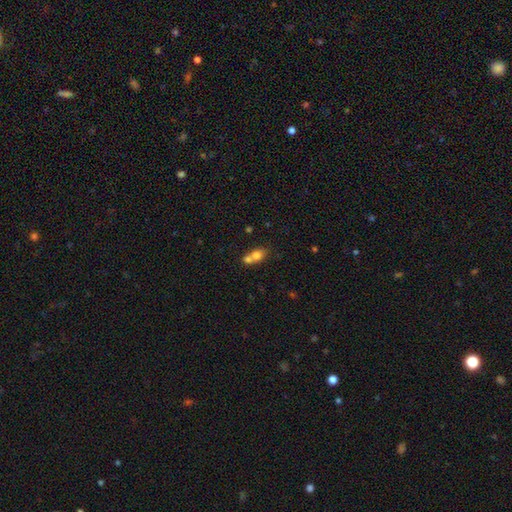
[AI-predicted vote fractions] Smooth or featured: smooth — 73% (featured or disk — 17%)
How rounded: round — 51% (in between — 47%)
Merging: merger — 65% (none — 26%)